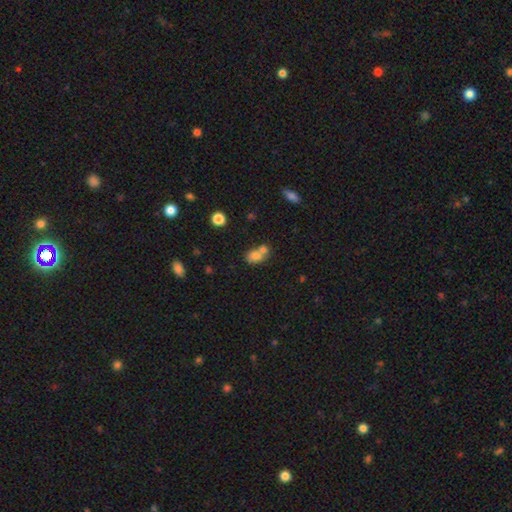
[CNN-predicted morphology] Smooth or featured: smooth — 74% (featured or disk — 14%)
How rounded: in between — 69% (round — 29%)
Merging: merger — 55% (none — 32%)